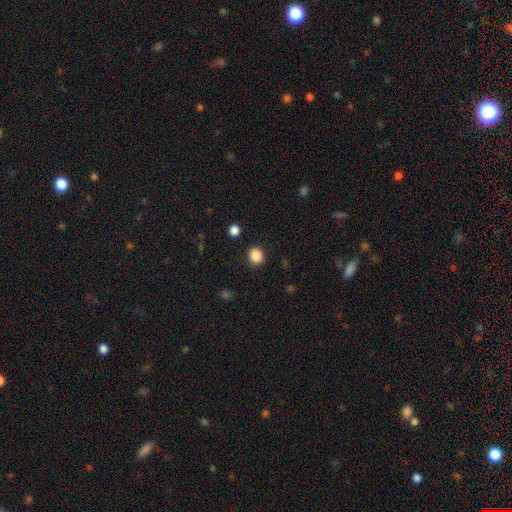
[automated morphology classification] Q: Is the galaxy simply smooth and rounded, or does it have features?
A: smooth — 87%.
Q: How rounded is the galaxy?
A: round — 76%.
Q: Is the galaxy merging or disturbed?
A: none — 89%.